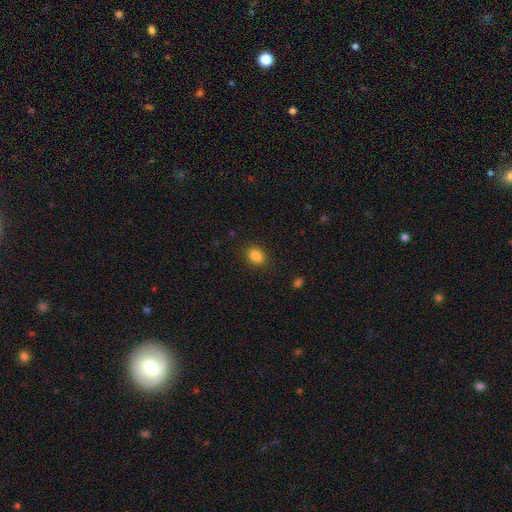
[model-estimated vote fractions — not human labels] This appears to be a smooth galaxy with no disk features (84%) that is in between round and cigar-shaped (58%). Merging: none (85%).